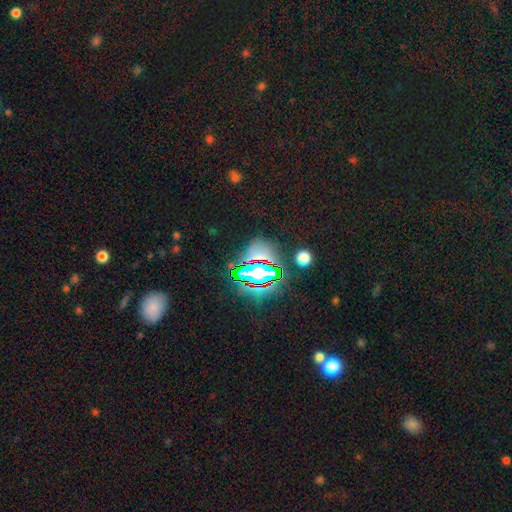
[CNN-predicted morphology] A star or artifact, not a galaxy (74%).

Vote fractions:
- Smooth or featured? star or artifact: 74% / smooth: 16% / featured or disk: 10%